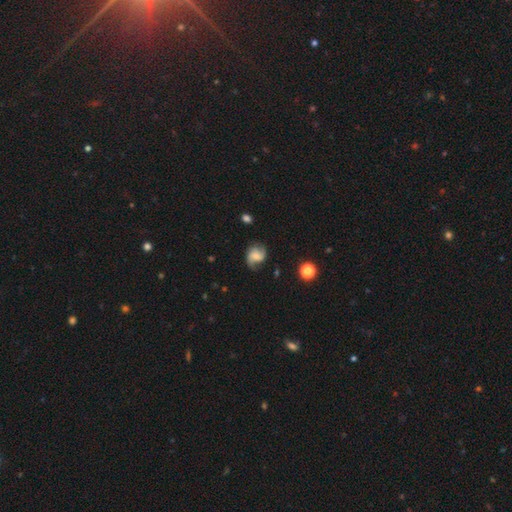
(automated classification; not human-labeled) This is likely a featured or disk galaxy (65%). It is clearly not viewed edge-on (98%). Bar: possibly no (51%). Spiral arm pattern: clearly yes (94%). Spiral arm count: clearly 2 (82%). Spiral winding: marginally medium (44%). Central bulge: marginally small (41%). Merging: likely none (68%).